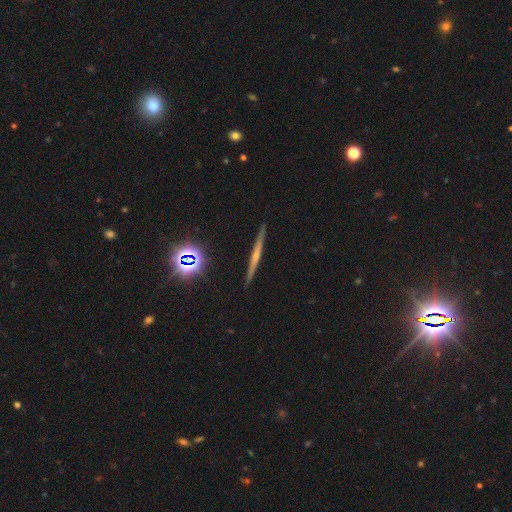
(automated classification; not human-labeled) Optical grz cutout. It shows a featured or disk galaxy (58%) viewed edge-on (97%) with no central bulge (54%). Merging: none (91%).